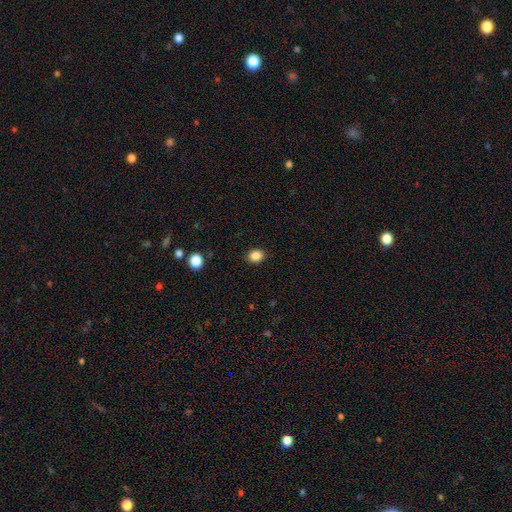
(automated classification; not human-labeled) The model was most divided on "how rounded": round: 56%, in between: 44%, cigar-shaped: 1%. More confident: merging — none (88%); smooth or featured — smooth (87%).